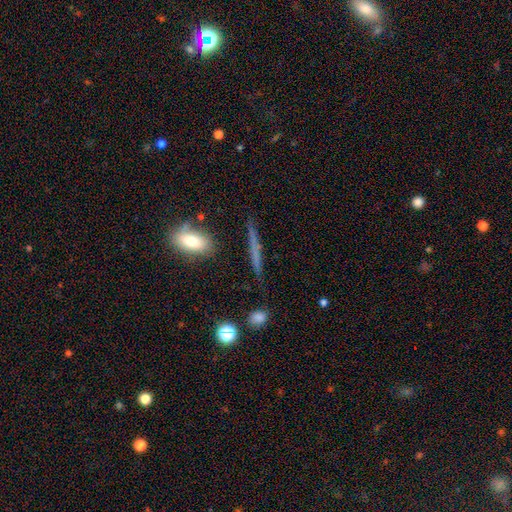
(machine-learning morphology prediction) smooth 49%, featured or disk 38%, star or artifact 13%. Down the decision tree: merging — none (83%).